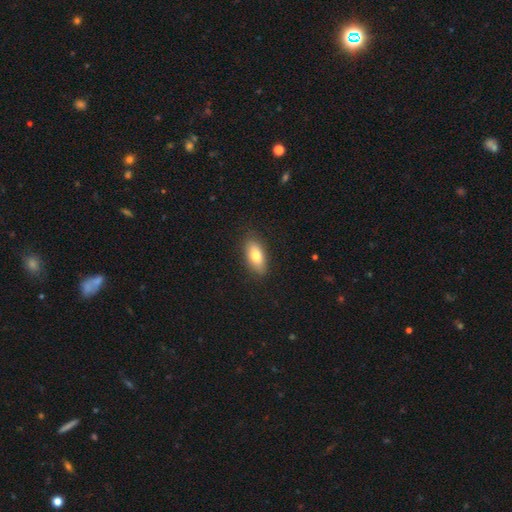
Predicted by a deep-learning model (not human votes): smooth-or-featured: smooth: 76% | featured or disk: 17% | star or artifact: 7%
  how-rounded: in between: 84% | cigar-shaped: 12% | round: 4%
  merging: none: 85% | minor disturbance: 11% | major disturbance: 3% | merger: 1%